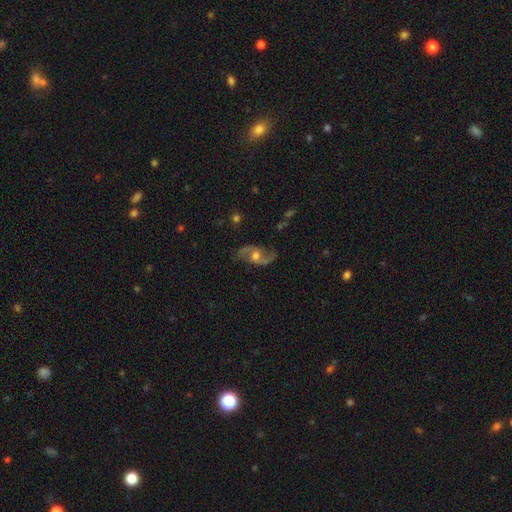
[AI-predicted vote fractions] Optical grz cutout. It shows a featured or disk galaxy (86%) with no bar (53%), 2 (93%) loose (59%) spiral arms (95%) and a moderate central bulge (68%). Merging: none (79%).